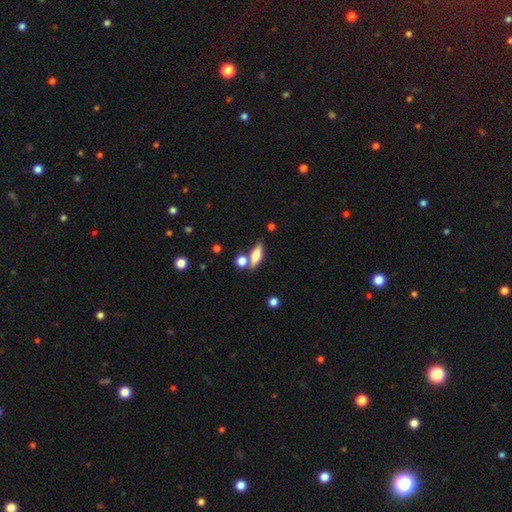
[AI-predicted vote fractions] Smooth or featured?
  - smooth: 63% *
  - featured or disk: 28%
  - star or artifact: 8%
How rounded?
  - in between: 60% *
  - cigar-shaped: 33%
  - round: 7%
Merging?
  - none: 65% *
  - merger: 19%
  - minor disturbance: 12%
  - major disturbance: 4%